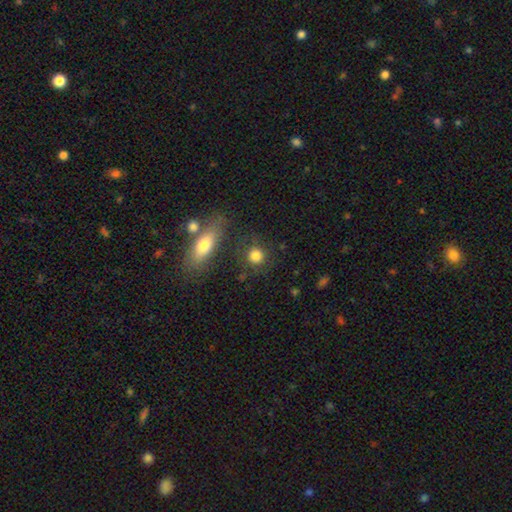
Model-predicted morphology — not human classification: Smooth or featured? Predicted: smooth (p=0.82). How rounded? Predicted: round (p=0.88). Merging? Predicted: none (p=0.78).